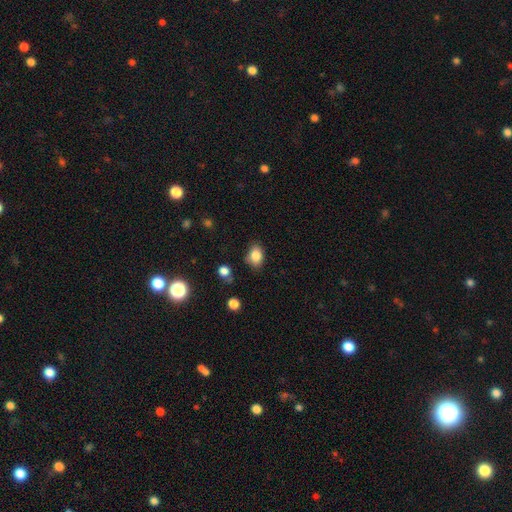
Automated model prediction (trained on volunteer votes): A smooth galaxy with no disk features (84%) that is in between round and cigar-shaped (67%). Merging: none (75%).